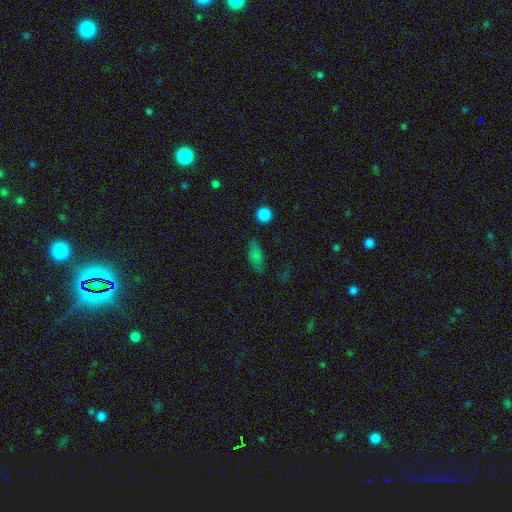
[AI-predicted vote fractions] smooth-or-featured: smooth: 73% | star or artifact: 15% | featured or disk: 12%
  how-rounded: in between: 77% | cigar-shaped: 17% | round: 6%
  merging: none: 72% | minor disturbance: 19% | major disturbance: 6% | merger: 3%